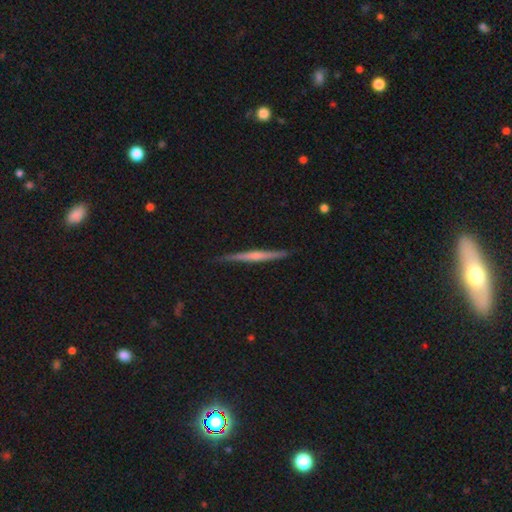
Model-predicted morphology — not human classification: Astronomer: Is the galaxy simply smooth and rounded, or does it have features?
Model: featured or disk — 62%.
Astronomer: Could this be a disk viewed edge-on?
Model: yes — 98%.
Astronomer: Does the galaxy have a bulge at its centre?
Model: rounded — 44%, tied with none at 44%.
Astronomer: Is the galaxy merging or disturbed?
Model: none — 88%.